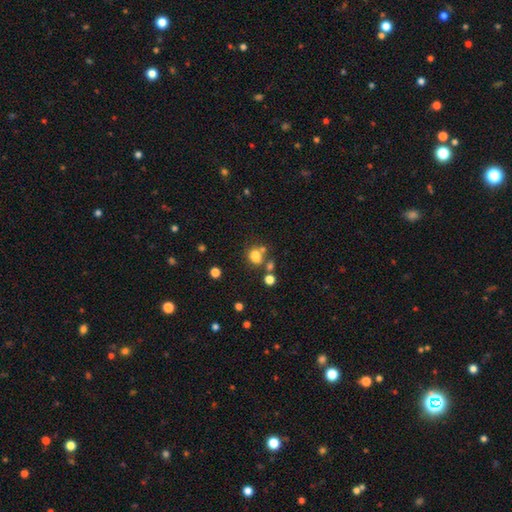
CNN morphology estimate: Smooth or featured? Predicted: smooth (p=0.75). How rounded? Predicted: round (p=0.58). Merging? Predicted: none (p=0.51).